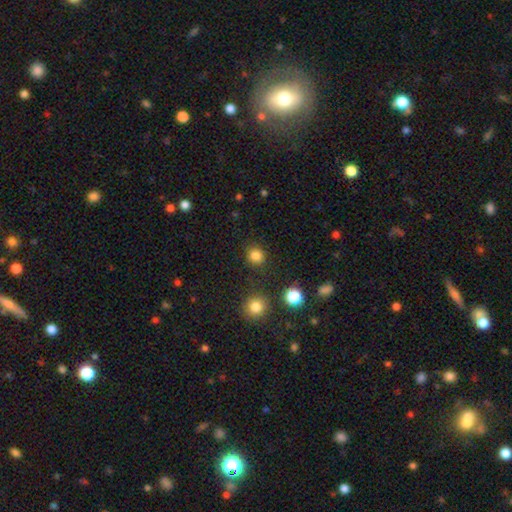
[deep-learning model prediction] This is clearly a smooth galaxy (83%). How rounded: clearly round (87%). Merging: clearly none (87%).